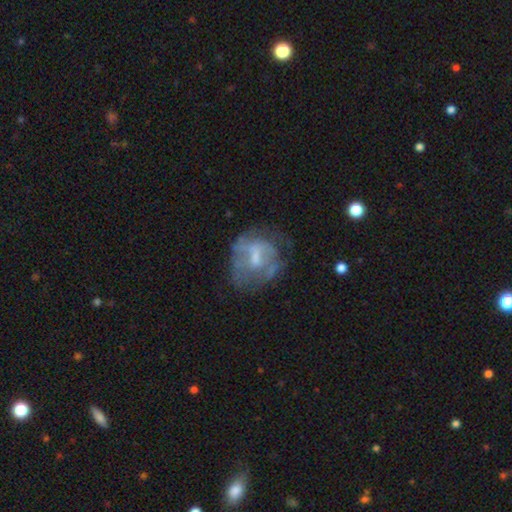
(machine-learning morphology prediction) smooth-or-featured: featured or disk: 56% | smooth: 33% | star or artifact: 10%
  disk-edge-on: no: 97% | yes: 3%
    bar: no: 48% | weak: 42% | strong: 11%
    has-spiral-arms: no: 68% | yes: 32%
    bulge-size: small: 39% | moderate: 36% | none: 21% | large: 4% | dominant: 1%
  merging: none: 47% | major disturbance: 26% | minor disturbance: 24% | merger: 4%